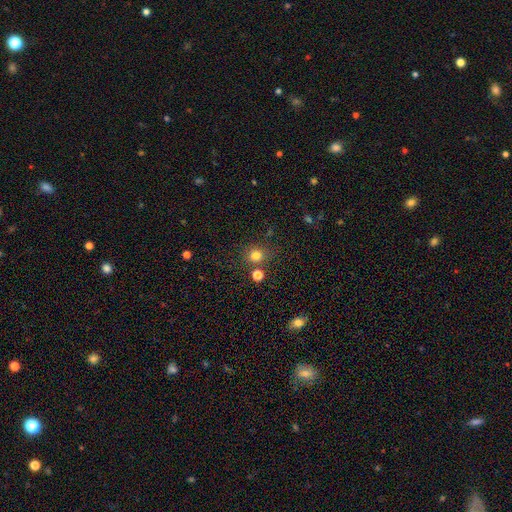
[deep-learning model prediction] This is likely a smooth galaxy (79%). How rounded: clearly round (86%). Merging: likely none (75%).